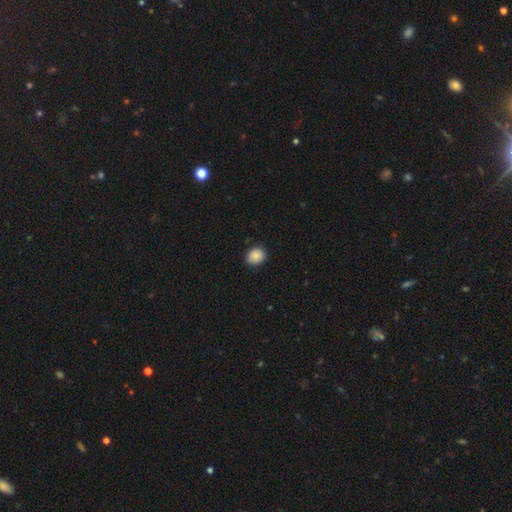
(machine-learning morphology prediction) Smooth or featured: smooth — 89% (star or artifact — 8%)
How rounded: round — 68% (in between — 31%)
Merging: none — 88% (minor disturbance — 9%)